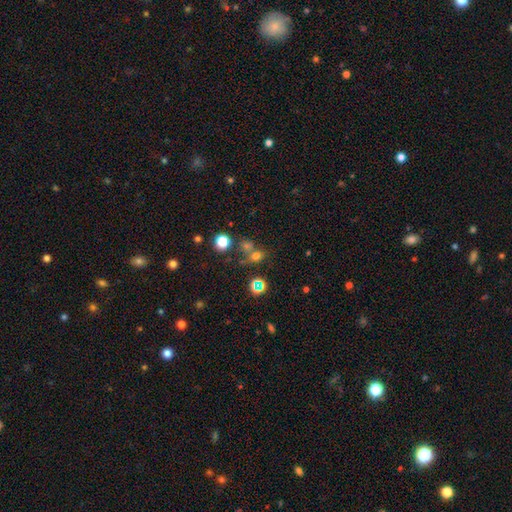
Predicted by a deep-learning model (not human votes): A smooth galaxy with no disk features (58%) that is round (70%).

Vote fractions:
- Smooth or featured? smooth: 58% / star or artifact: 30% / featured or disk: 12%
- How rounded? round: 70% / in between: 28% / cigar-shaped: 2%
- Merging? none: 49% / merger: 36% / minor disturbance: 10% / major disturbance: 6%